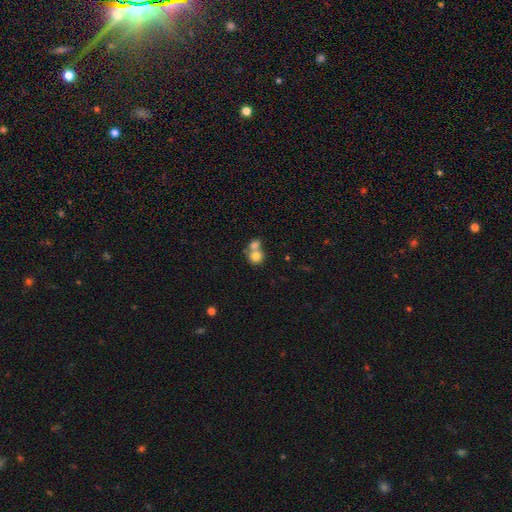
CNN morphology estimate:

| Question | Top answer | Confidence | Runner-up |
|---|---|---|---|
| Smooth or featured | smooth | 79% | featured or disk (11%) |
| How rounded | round | 81% | in between (18%) |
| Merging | merger | 55% | none (35%) |